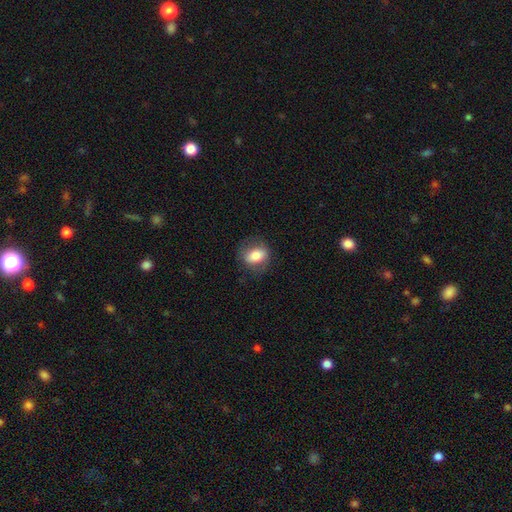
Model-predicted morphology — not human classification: The model was most divided on "how rounded": in between: 62%, round: 36%, cigar-shaped: 2%. More confident: merging — none (76%); smooth or featured — smooth (71%).